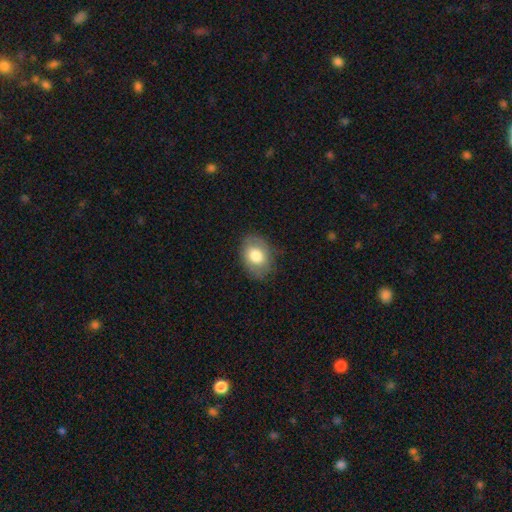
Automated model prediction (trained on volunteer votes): Morphology: type=smooth (71%); roundness=in between (75%); merging=none (78%).